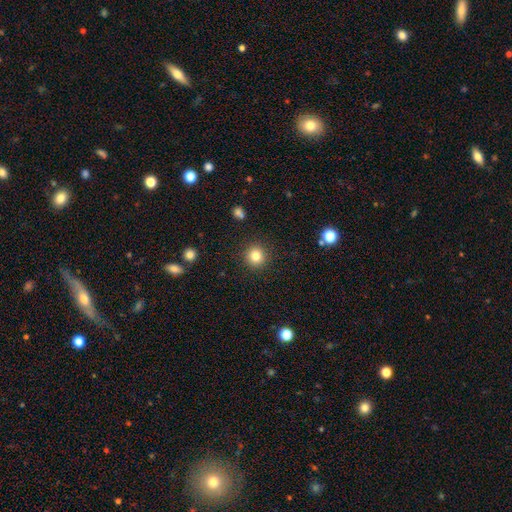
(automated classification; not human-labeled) smooth 82%, star or artifact 12%, featured or disk 6%. Down the decision tree: how rounded — round (93%); merging — none (91%).